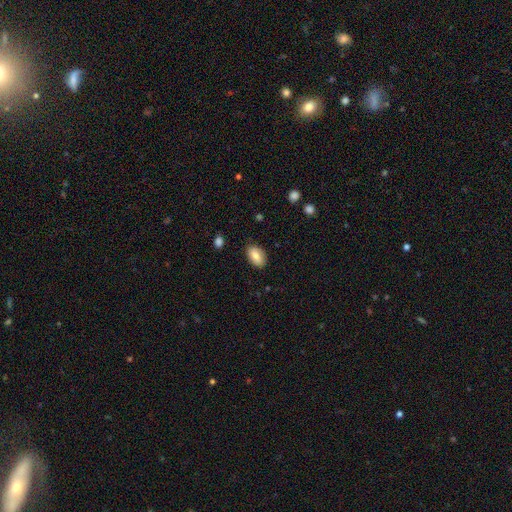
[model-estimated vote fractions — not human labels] smooth_or_featured: smooth (p=0.80) [alt: featured or disk p=0.13]
how_rounded: in between (p=0.92) [alt: round p=0.06]
merging: none (p=0.85) [alt: minor disturbance p=0.11]